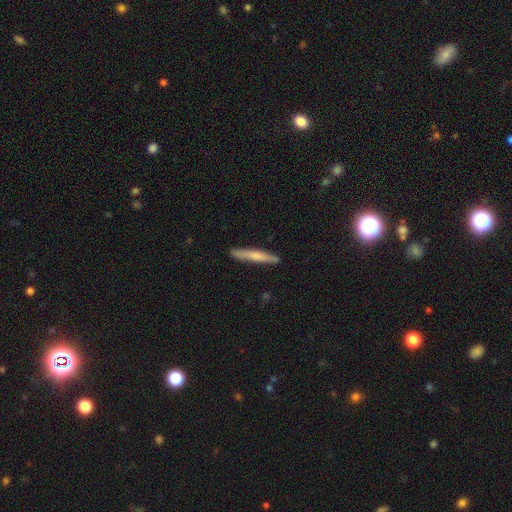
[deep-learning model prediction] Overall: smooth (60%; featured or disk 34%). How rounded: cigar-shaped (95%). Merging: none (89%).